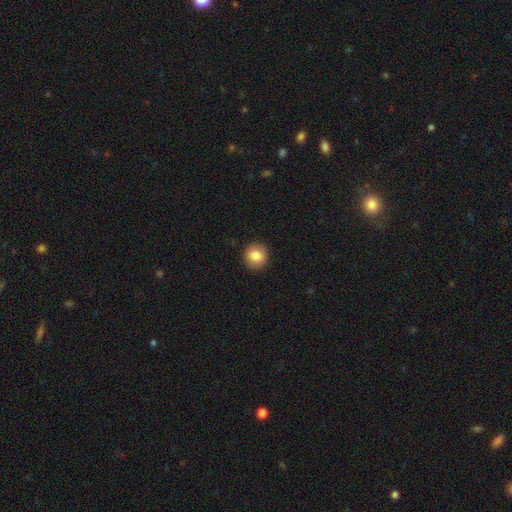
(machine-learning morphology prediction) This is clearly a smooth galaxy (85%). How rounded: clearly round (91%). Merging: clearly none (91%).